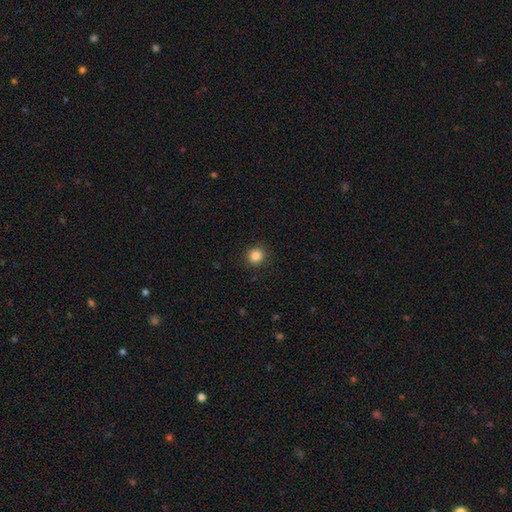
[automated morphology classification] A smooth galaxy with no disk features (85%) that is round (88%). Merging: none (91%).